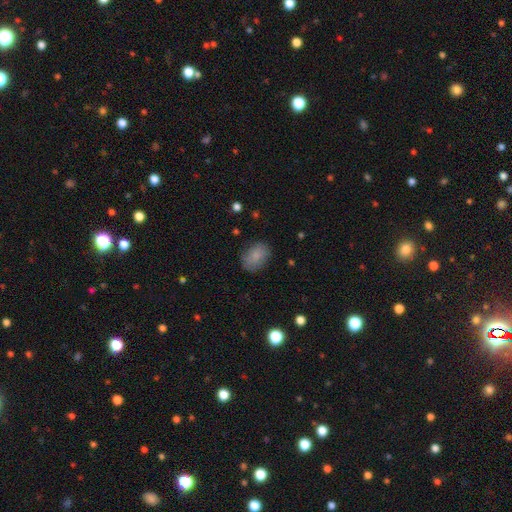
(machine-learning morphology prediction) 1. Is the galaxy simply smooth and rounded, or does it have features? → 84% smooth, 9% featured or disk, 8% star or artifact.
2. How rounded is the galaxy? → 78% in between, 20% round, 1% cigar-shaped.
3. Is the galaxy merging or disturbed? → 79% none, 16% minor disturbance, 4% major disturbance, 1% merger.